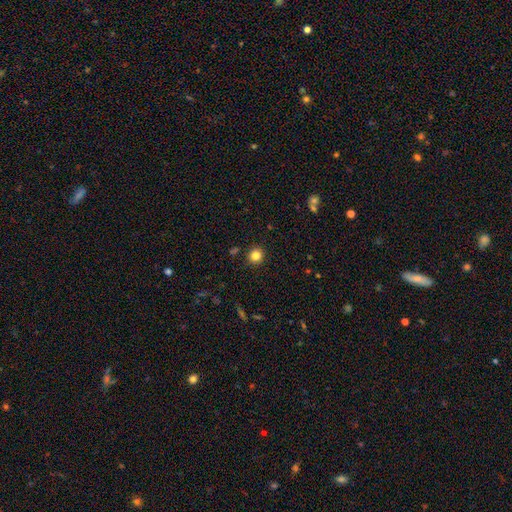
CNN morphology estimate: Smooth or featured?
  - smooth: 82% *
  - star or artifact: 12%
  - featured or disk: 5%
How rounded?
  - round: 91% *
  - in between: 8%
  - cigar-shaped: 1%
Merging?
  - none: 91% *
  - minor disturbance: 6%
  - major disturbance: 2%
  - merger: 2%